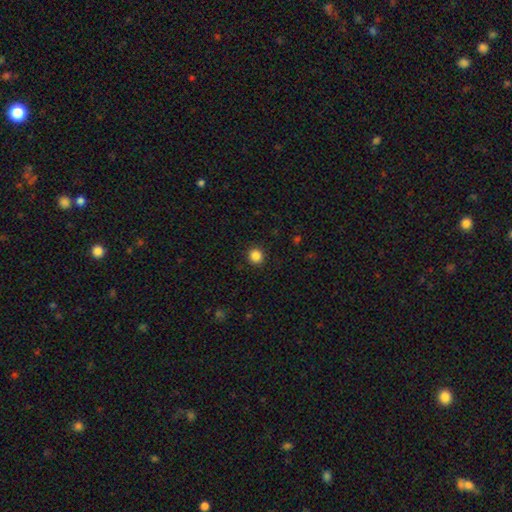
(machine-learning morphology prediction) A smooth galaxy with no disk features (86%) that is round (92%). Merging: none (92%).